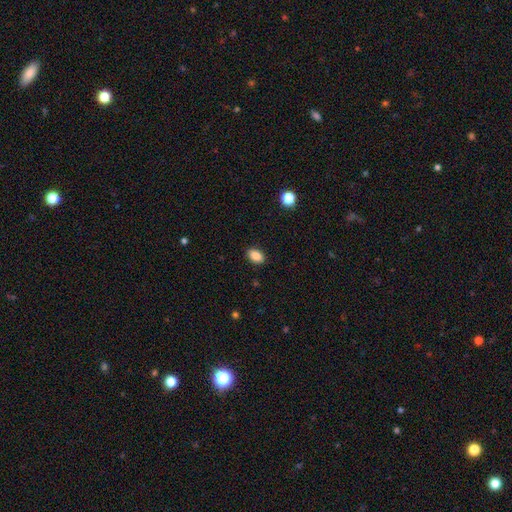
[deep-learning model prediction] Smooth or featured?
  - smooth: 87% *
  - star or artifact: 9%
  - featured or disk: 4%
How rounded?
  - in between: 85% *
  - round: 14%
  - cigar-shaped: 1%
Merging?
  - none: 89% *
  - minor disturbance: 8%
  - major disturbance: 2%
  - merger: 1%